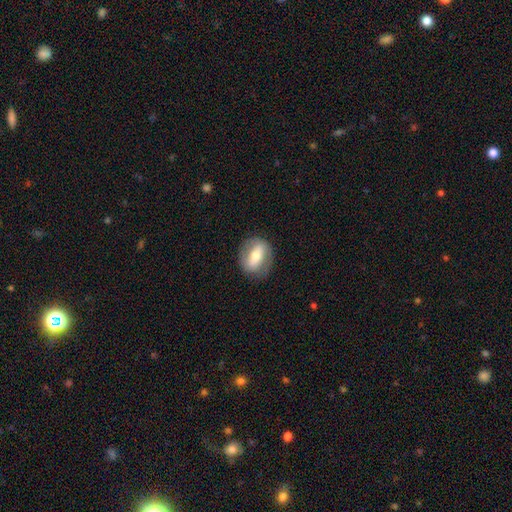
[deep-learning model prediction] Smooth or featured: featured or disk — 50% (smooth — 44%)
Merging: none — 81% (minor disturbance — 13%)